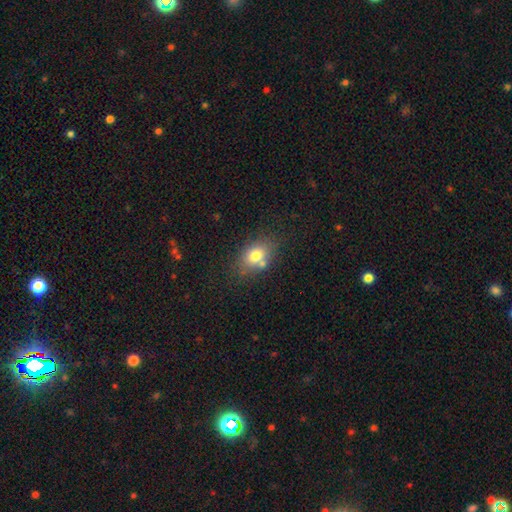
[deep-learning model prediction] Smooth or featured?
  - smooth: 74% *
  - featured or disk: 15%
  - star or artifact: 11%
How rounded?
  - in between: 73% *
  - round: 25%
  - cigar-shaped: 2%
Merging?
  - none: 66% *
  - minor disturbance: 15%
  - merger: 14%
  - major disturbance: 5%